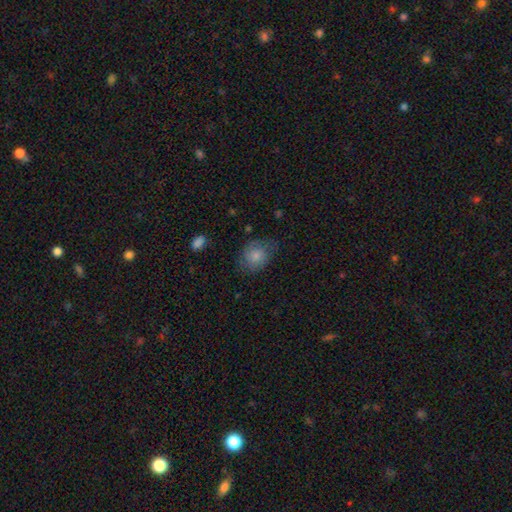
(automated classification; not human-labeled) This appears to be a smooth galaxy with no disk features (76%) that is round (63%). Merging: none (57%).